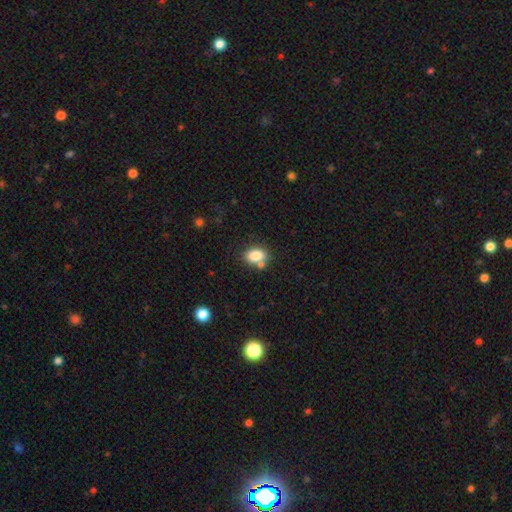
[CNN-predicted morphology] This appears to be a smooth galaxy with no disk features (83%) that is in between round and cigar-shaped (77%). Merging: none (63%).